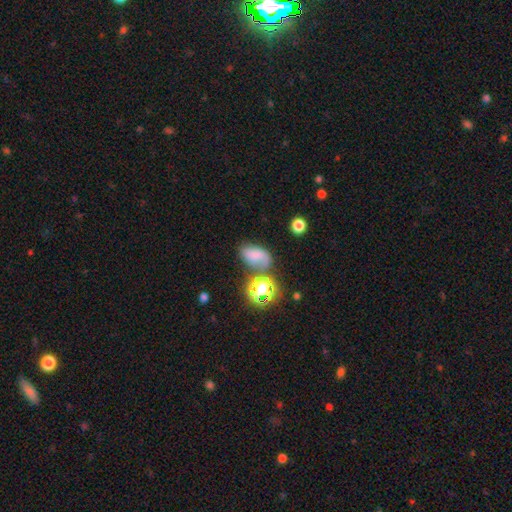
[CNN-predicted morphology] A smooth galaxy with no disk features (58%) that is in between round and cigar-shaped (80%). Merging: none (48%).